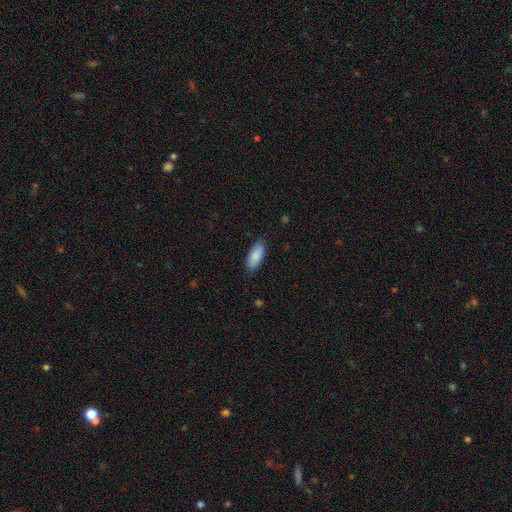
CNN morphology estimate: Smooth or featured? Predicted: smooth (p=0.86). How rounded? Predicted: in between (p=0.83). Merging? Predicted: none (p=0.83).